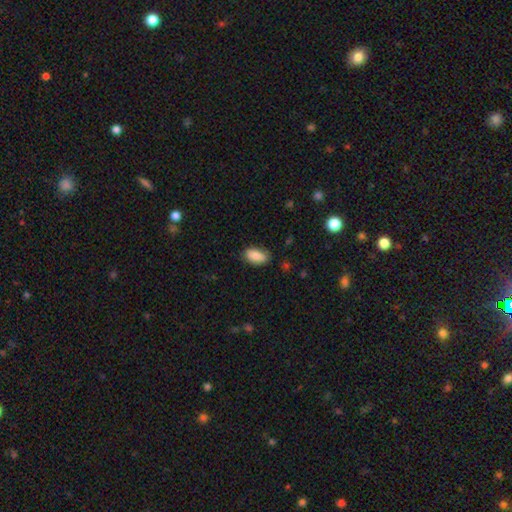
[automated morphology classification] The model was most divided on "merging": none: 80%, minor disturbance: 15%, major disturbance: 3%, merger: 1%. More confident: how rounded — in between (91%); smooth or featured — smooth (85%).